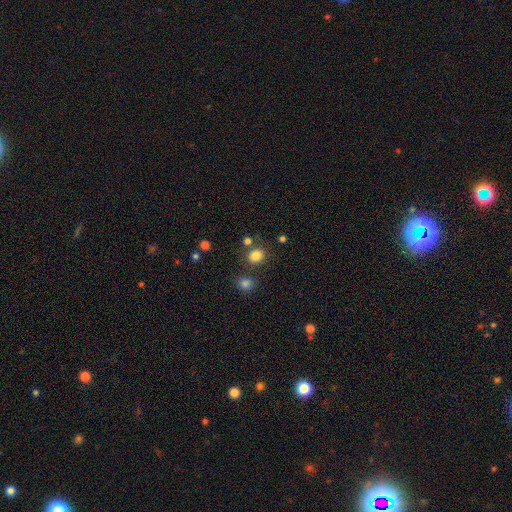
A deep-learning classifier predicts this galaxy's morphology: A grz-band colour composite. It shows a smooth galaxy with no disk features (82%) that is round (75%). Merging: none (77%).